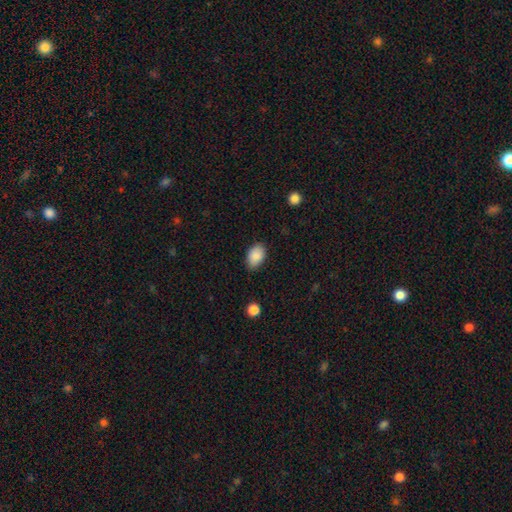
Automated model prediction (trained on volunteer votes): smooth_or_featured: smooth (p=0.87) [alt: star or artifact p=0.07]
how_rounded: in between (p=0.87) [alt: round p=0.11]
merging: none (p=0.79) [alt: minor disturbance p=0.17]